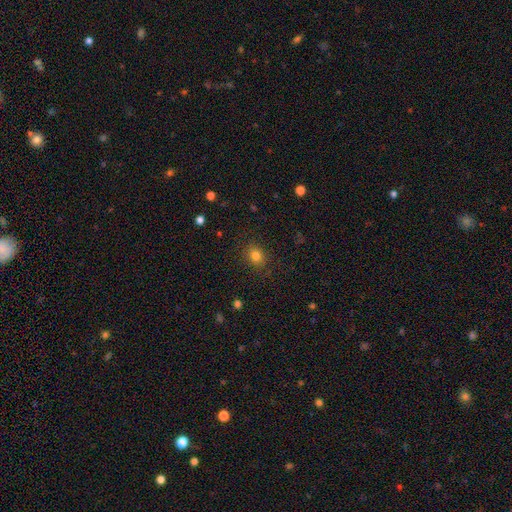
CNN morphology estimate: Smooth or featured: smooth — 81% (star or artifact — 13%)
How rounded: round — 62% (in between — 37%)
Merging: none — 86% (minor disturbance — 10%)